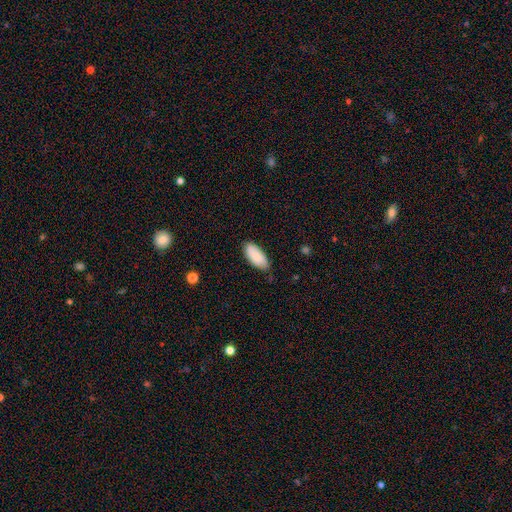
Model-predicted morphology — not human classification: This appears to be a smooth galaxy with no disk features (86%) that is in between round and cigar-shaped (90%). Merging: none (76%).